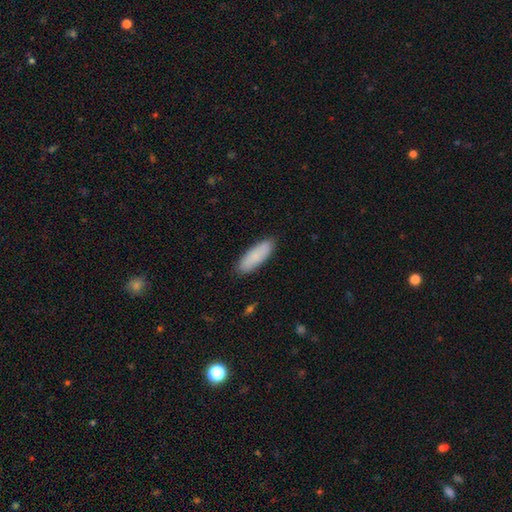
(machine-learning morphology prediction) This is clearly a smooth galaxy (86%). How rounded: possibly in between (60%). Merging: clearly none (88%).